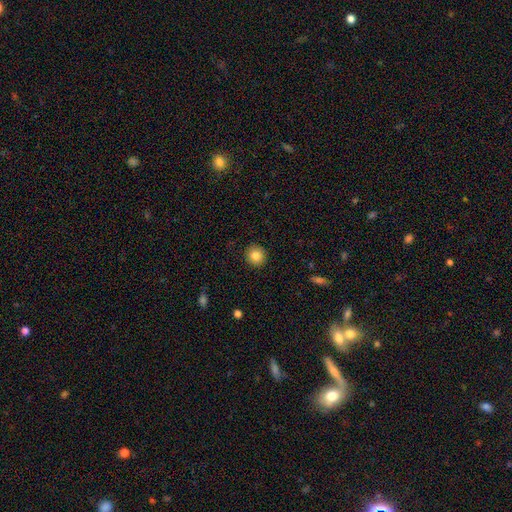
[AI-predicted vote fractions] Smooth or featured?
  - smooth: 84% *
  - star or artifact: 10%
  - featured or disk: 6%
How rounded?
  - round: 91% *
  - in between: 8%
  - cigar-shaped: 1%
Merging?
  - none: 92% *
  - minor disturbance: 6%
  - major disturbance: 2%
  - merger: 1%